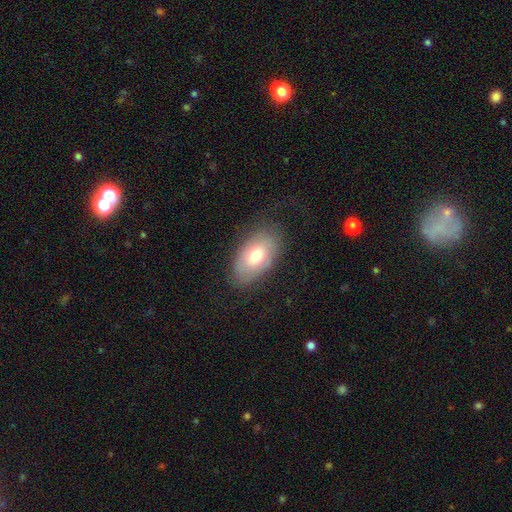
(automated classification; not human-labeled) smooth_or_featured: smooth (p=0.65) [alt: featured or disk p=0.28]
how_rounded: in between (p=0.93) [alt: round p=0.05]
merging: none (p=0.74) [alt: minor disturbance p=0.18]